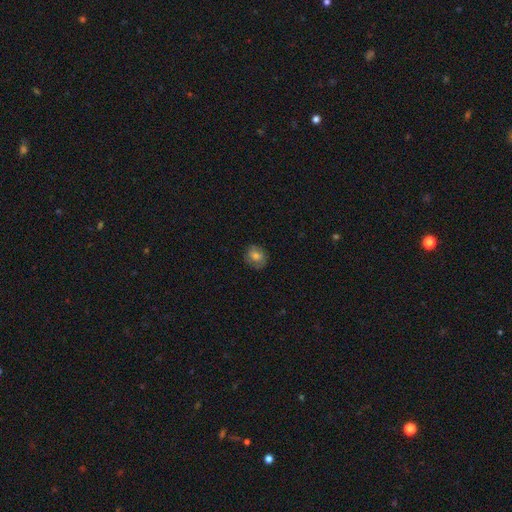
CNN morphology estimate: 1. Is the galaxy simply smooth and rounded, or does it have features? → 69% smooth, 20% featured or disk, 10% star or artifact.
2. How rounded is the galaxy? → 67% round, 32% in between, 1% cigar-shaped.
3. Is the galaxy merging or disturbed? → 78% none, 17% minor disturbance, 4% major disturbance, 1% merger.